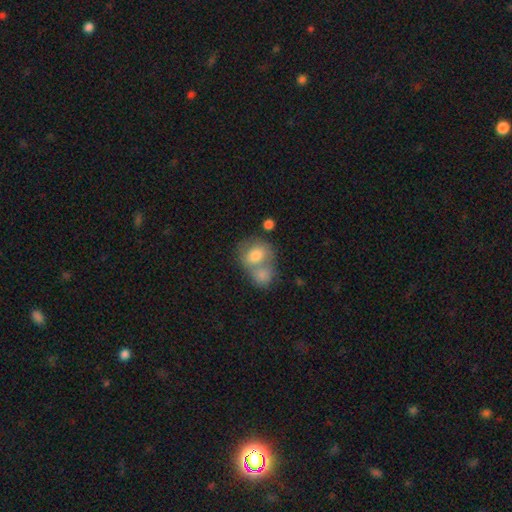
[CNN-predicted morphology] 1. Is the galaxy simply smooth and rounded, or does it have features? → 76% smooth, 16% featured or disk, 7% star or artifact.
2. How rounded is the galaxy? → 57% round, 42% in between, 1% cigar-shaped.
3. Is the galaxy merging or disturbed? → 58% merger, 28% none, 9% minor disturbance, 5% major disturbance.